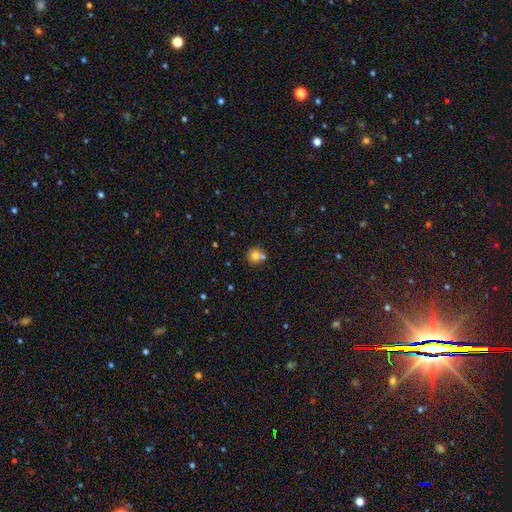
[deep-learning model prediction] Q: Smooth or featured?
A: smooth (74%); runner-up: featured or disk (14%)
Q: How rounded?
A: round (88%); runner-up: in between (11%)
Q: Merging?
A: none (54%); runner-up: merger (33%)